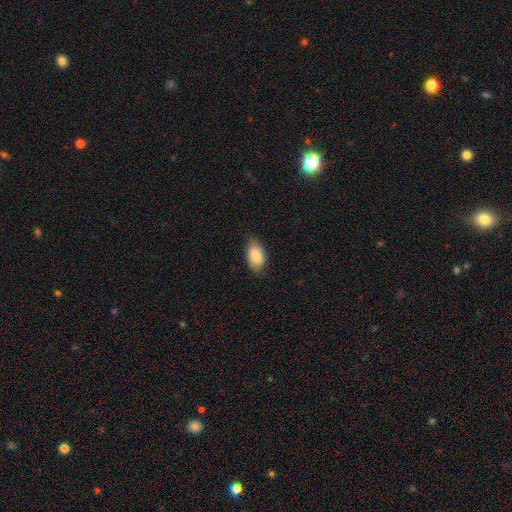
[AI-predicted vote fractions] Overall: smooth (83%). How rounded: in between (93%). Merging: none (78%).